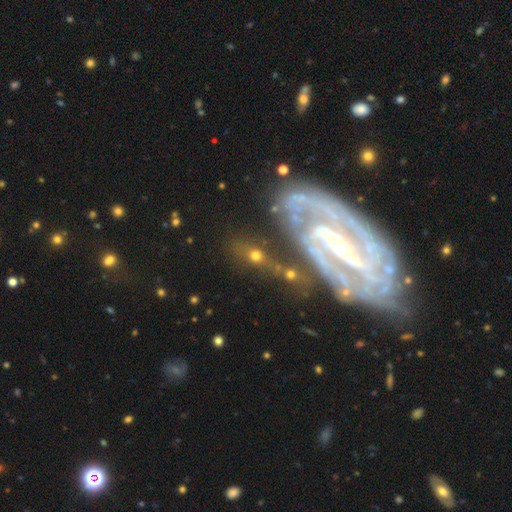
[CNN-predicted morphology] Smooth or featured? featured or disk (45%)
Merging? none (46%)